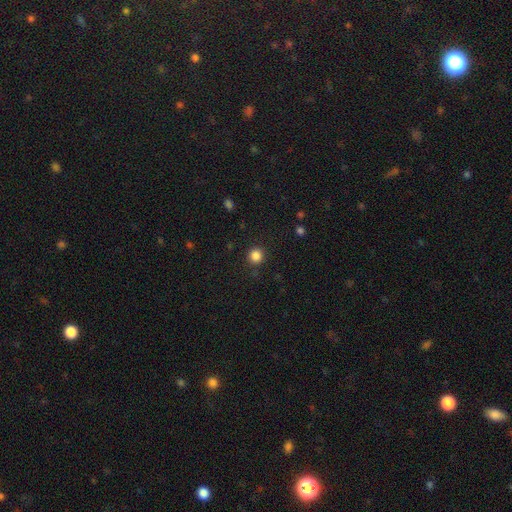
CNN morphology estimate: This is clearly a smooth galaxy (85%). How rounded: clearly round (93%). Merging: clearly none (90%).